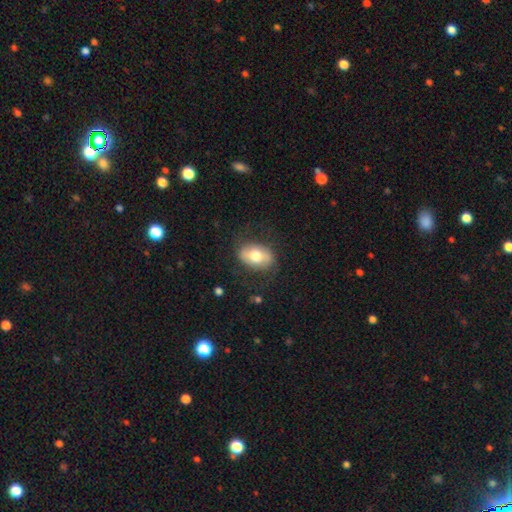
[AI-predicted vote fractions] The model was most divided on "smooth or featured": smooth: 63%, featured or disk: 30%, star or artifact: 7%. More confident: how rounded — in between (82%); merging — none (76%).